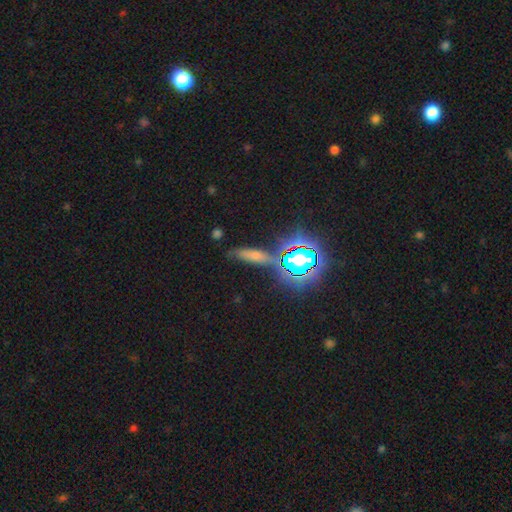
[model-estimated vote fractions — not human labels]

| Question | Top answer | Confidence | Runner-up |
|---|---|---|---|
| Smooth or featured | smooth | 41% | star or artifact (35%) |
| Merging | none | 77% | minor disturbance (12%) |